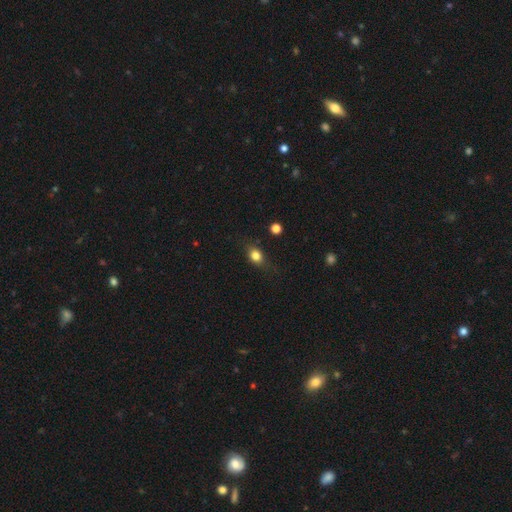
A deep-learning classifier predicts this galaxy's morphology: Overall: smooth (80%). How rounded: in between (57%; round 40%). Merging: none (73%).